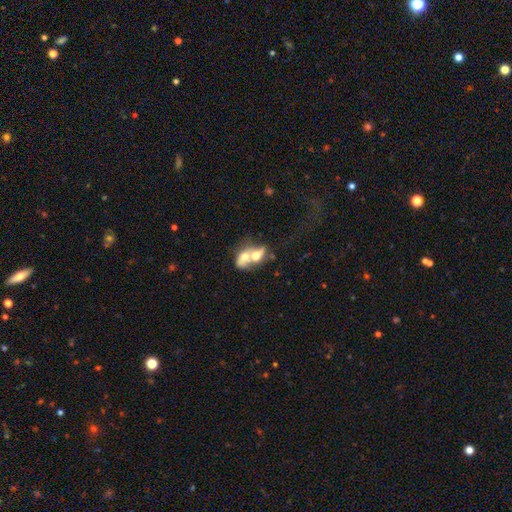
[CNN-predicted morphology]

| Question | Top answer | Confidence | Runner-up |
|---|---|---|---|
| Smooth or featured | smooth | 55% | featured or disk (36%) |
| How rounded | in between | 71% | round (24%) |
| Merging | merger | 79% | none (11%) |